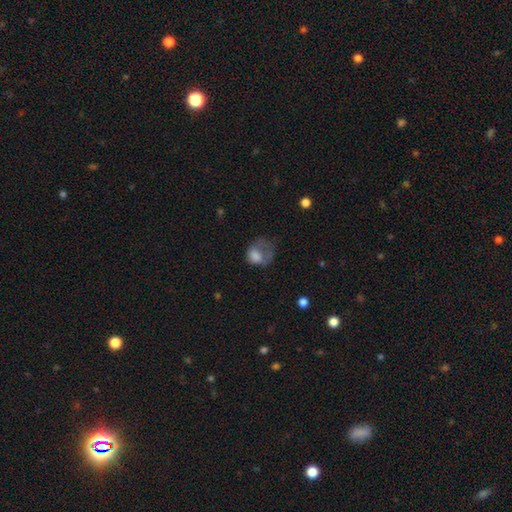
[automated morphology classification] smooth_or_featured: smooth (p=0.67) [alt: featured or disk p=0.23]
how_rounded: in between (p=0.53) [alt: round p=0.46]
merging: major disturbance (p=0.48) [alt: minor disturbance p=0.25]